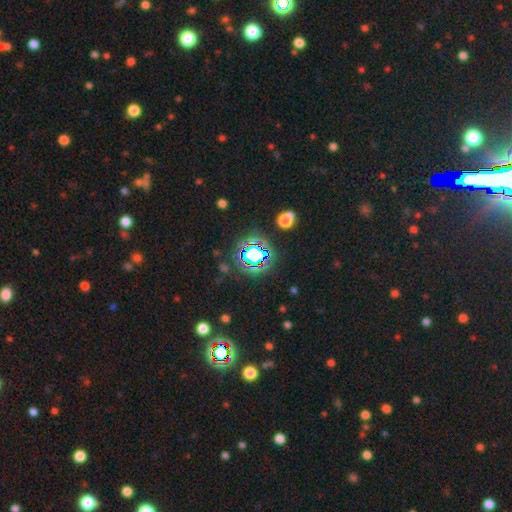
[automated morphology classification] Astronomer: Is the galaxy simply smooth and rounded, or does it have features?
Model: star or artifact — 68%.